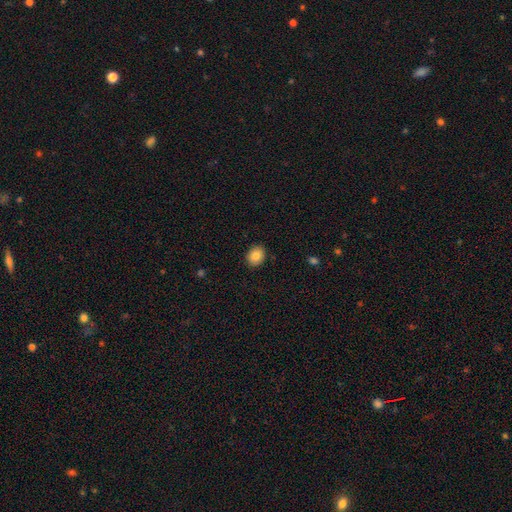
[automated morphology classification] This is clearly a smooth galaxy (85%). How rounded: possibly round (52%). Merging: clearly none (90%).